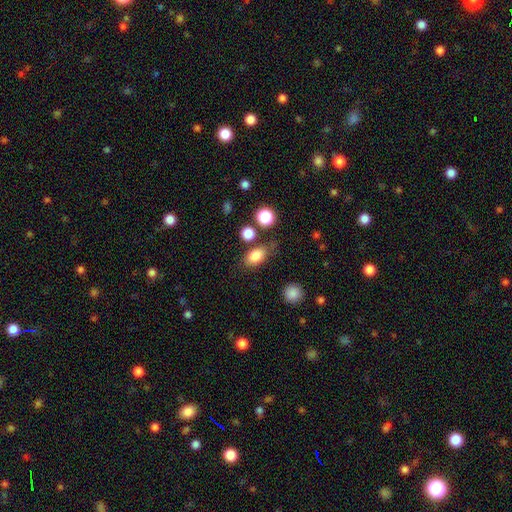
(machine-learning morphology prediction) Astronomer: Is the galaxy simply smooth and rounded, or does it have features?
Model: smooth — 84%.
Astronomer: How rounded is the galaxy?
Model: in between — 84%.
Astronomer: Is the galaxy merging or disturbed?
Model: none — 72%.